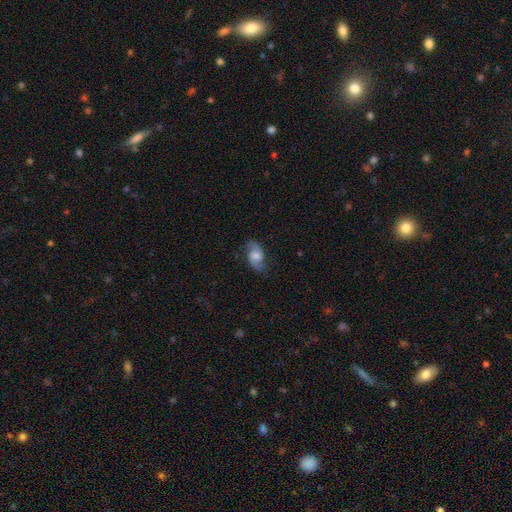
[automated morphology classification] smooth-or-featured: featured or disk: 65% | smooth: 27% | star or artifact: 8%
  disk-edge-on: no: 96% | yes: 4%
    bar: no: 48% | weak: 43% | strong: 9%
    has-spiral-arms: yes: 92% | no: 8%
      spiral-winding: loose: 46% | medium: 41% | tight: 13%
      spiral-arm-count: 2: 90% | can't tell: 5% | 1: 2% | 3: 1% | 4: 1% | more than 4: 1%
    bulge-size: moderate: 39% | small: 22% | large: 21% | none: 15% | dominant: 3%
  merging: none: 76% | minor disturbance: 16% | major disturbance: 6% | merger: 1%